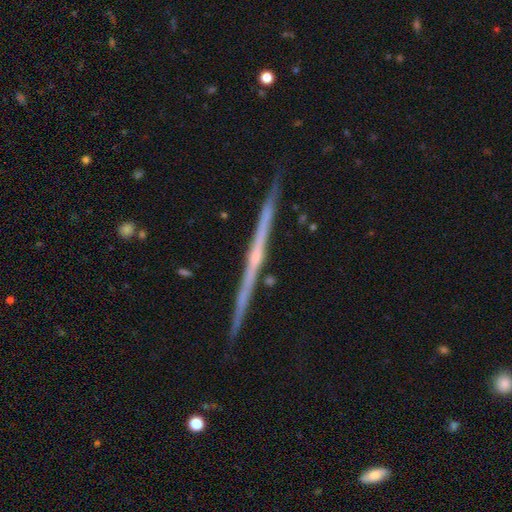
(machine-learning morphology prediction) Q: Smooth or featured?
A: featured or disk (81%); runner-up: smooth (13%)
Q: Edge-on disk?
A: yes (98%); runner-up: no (2%)
Q: Edge-on bulge?
A: none (54%); runner-up: rounded (41%)
Q: Merging?
A: none (90%); runner-up: minor disturbance (7%)